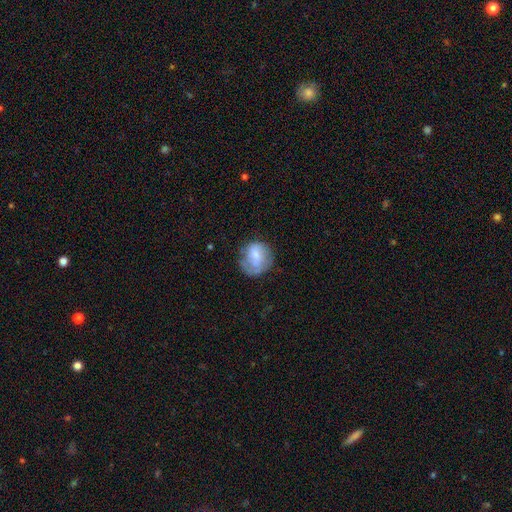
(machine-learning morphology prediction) smooth-or-featured: smooth: 55% | featured or disk: 38% | star or artifact: 7%
  how-rounded: round: 71% | in between: 28% | cigar-shaped: 1%
  merging: none: 54% | minor disturbance: 27% | major disturbance: 17% | merger: 2%